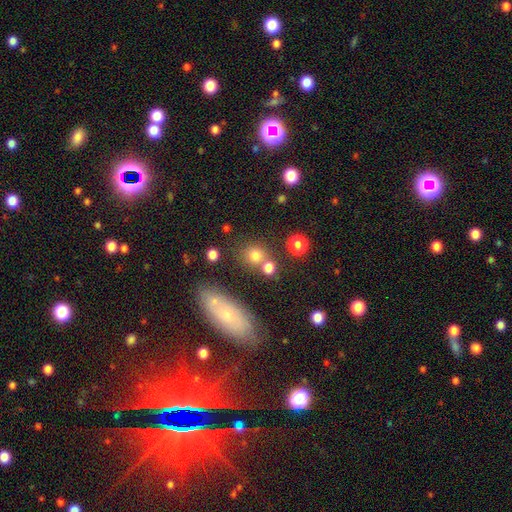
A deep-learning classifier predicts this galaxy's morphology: Overall: smooth (74%). How rounded: round (82%). Merging: none (64%).